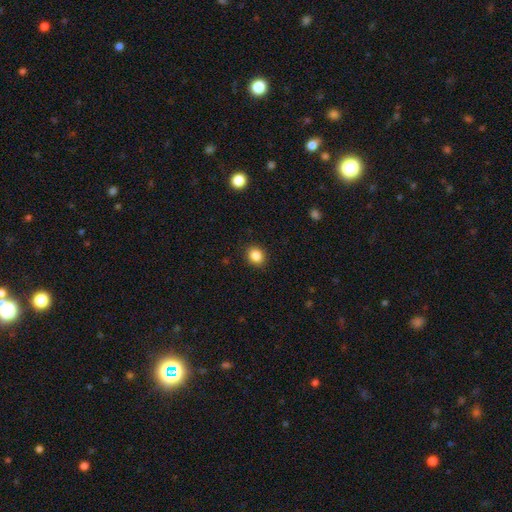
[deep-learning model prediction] This appears to be a smooth galaxy with no disk features (86%) that is round (69%). Merging: none (90%).